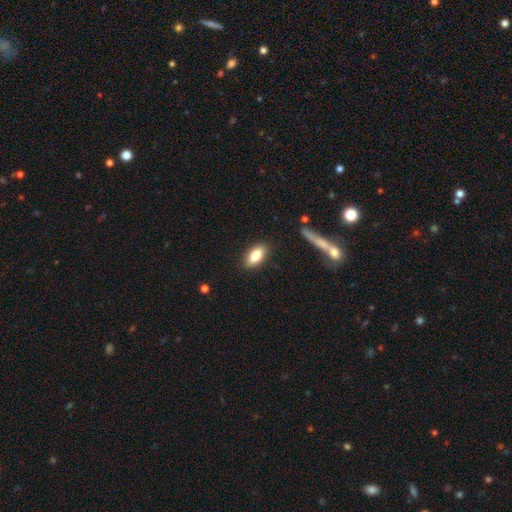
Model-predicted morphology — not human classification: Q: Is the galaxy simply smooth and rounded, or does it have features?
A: smooth — 79%.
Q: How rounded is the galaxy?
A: in between — 86%.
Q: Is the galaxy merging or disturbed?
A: none — 87%.